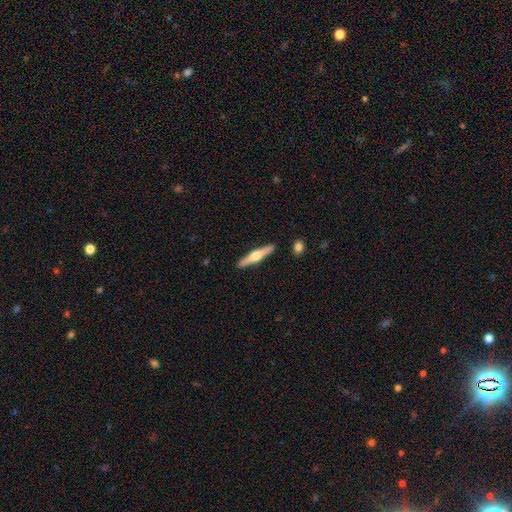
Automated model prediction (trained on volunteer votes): Smooth or featured?
  - featured or disk: 67% *
  - smooth: 28%
  - star or artifact: 5%
Edge-on disk?
  - yes: 97% *
  - no: 3%
Edge-on bulge?
  - rounded: 94% *
  - boxy: 3%
  - none: 3%
Merging?
  - none: 90% *
  - minor disturbance: 7%
  - merger: 2%
  - major disturbance: 1%